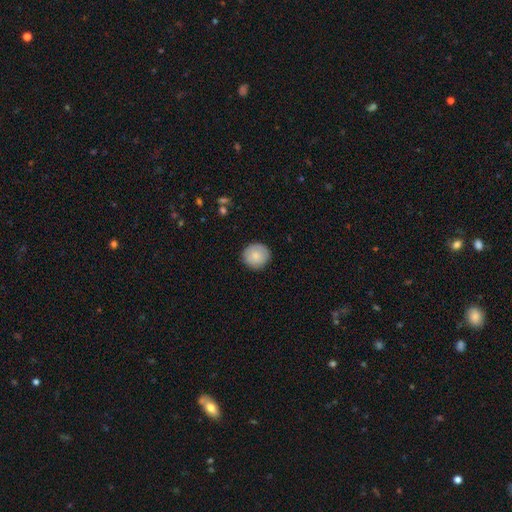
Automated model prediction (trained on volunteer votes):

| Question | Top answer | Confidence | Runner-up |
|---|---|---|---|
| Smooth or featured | smooth | 83% | featured or disk (11%) |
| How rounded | round | 93% | in between (6%) |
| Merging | none | 89% | minor disturbance (8%) |